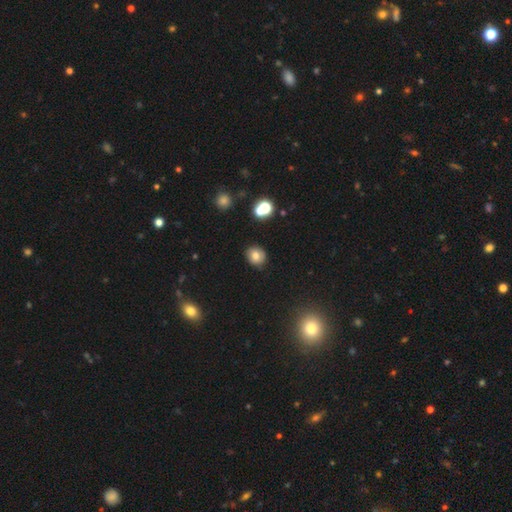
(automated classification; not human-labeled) smooth-or-featured: smooth: 74% | star or artifact: 13% | featured or disk: 12%
  how-rounded: round: 76% | in between: 23% | cigar-shaped: 1%
  merging: none: 83% | minor disturbance: 12% | major disturbance: 3% | merger: 2%